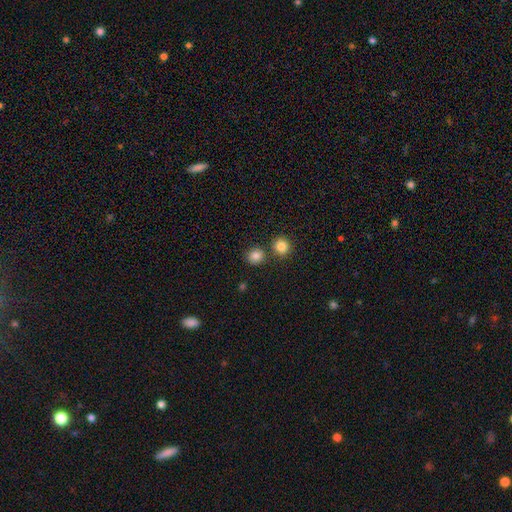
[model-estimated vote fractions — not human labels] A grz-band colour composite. It shows a smooth galaxy with no disk features (83%) that is round (88%). Merging: none (77%).